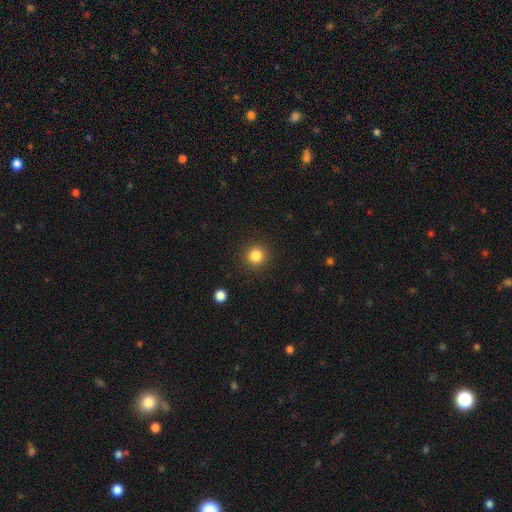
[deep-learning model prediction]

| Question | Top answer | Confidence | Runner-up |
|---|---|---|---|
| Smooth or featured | smooth | 84% | star or artifact (11%) |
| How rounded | round | 93% | in between (6%) |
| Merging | none | 91% | minor disturbance (6%) |